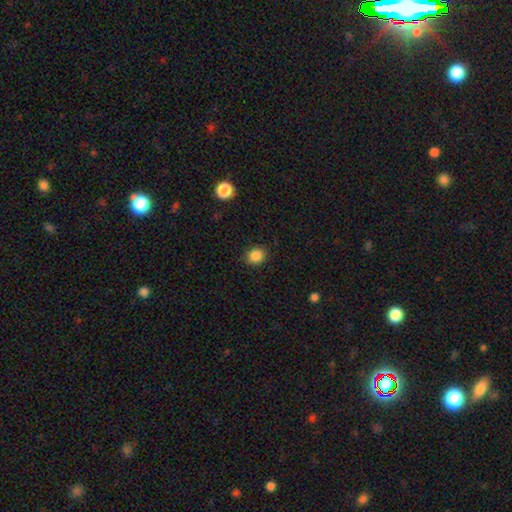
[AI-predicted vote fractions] Morphology: type=smooth (86%); roundness=round (69%); merging=none (87%).